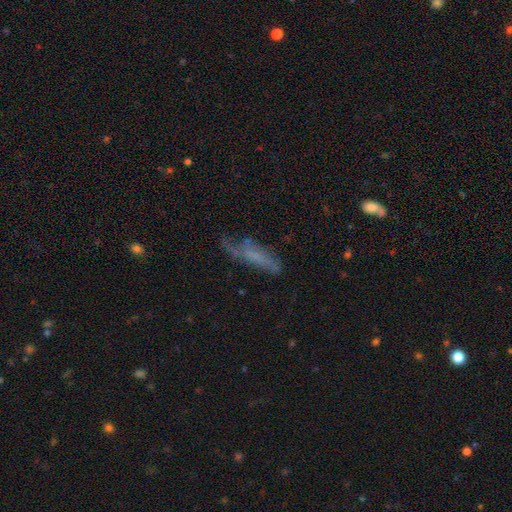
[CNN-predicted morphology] Q: Smooth or featured?
A: featured or disk (44%); runner-up: smooth (43%)
Q: Merging?
A: none (41%); runner-up: minor disturbance (29%)